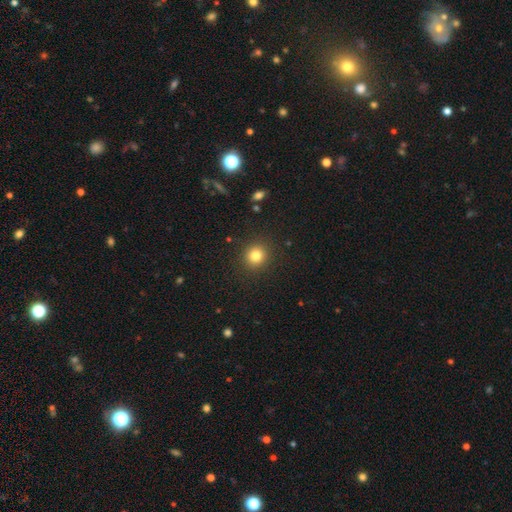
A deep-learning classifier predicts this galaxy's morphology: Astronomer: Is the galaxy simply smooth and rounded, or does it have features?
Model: smooth — 82%.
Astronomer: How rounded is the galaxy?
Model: round — 88%.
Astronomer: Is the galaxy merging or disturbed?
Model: none — 90%.